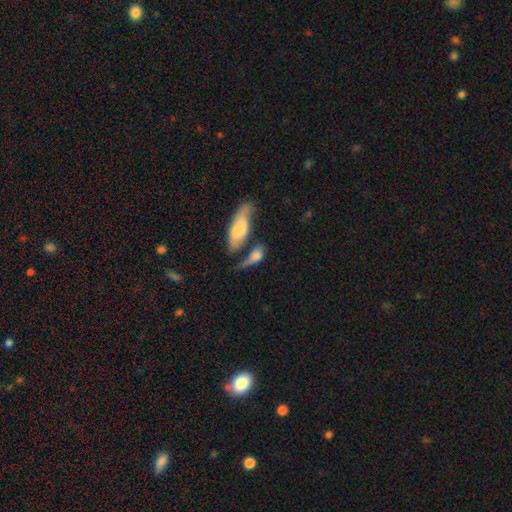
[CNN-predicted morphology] A smooth galaxy with no disk features (67%) that is in between round and cigar-shaped (66%). Merging: none (36%).